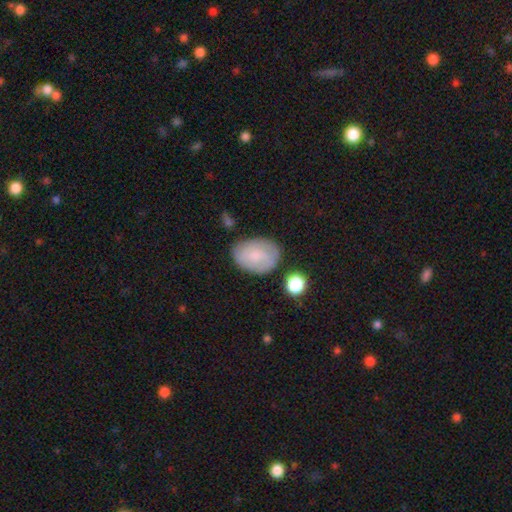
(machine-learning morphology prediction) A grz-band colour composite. It shows a smooth galaxy with no disk features (66%) that is in between round and cigar-shaped (77%). Merging: none (69%).